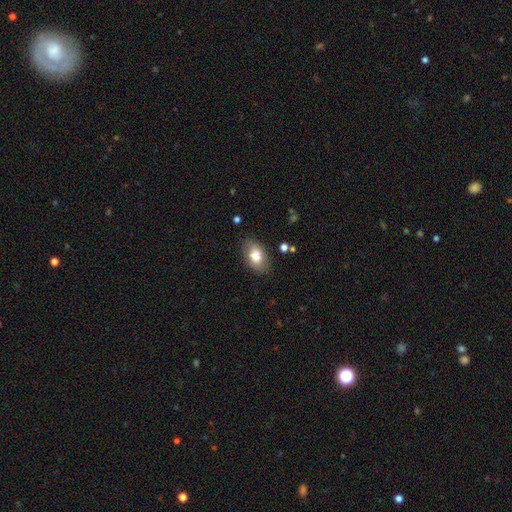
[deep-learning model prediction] The model was most divided on "smooth or featured": smooth: 75%, featured or disk: 17%, star or artifact: 8%. More confident: how rounded — in between (88%); merging — none (84%).